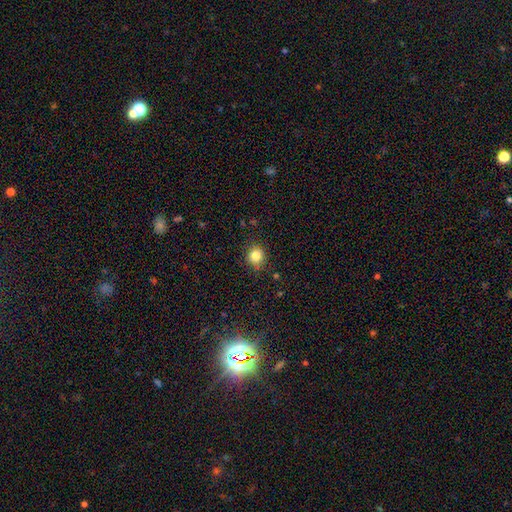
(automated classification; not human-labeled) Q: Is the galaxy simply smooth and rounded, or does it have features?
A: smooth — 83%.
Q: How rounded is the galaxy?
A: round — 86%.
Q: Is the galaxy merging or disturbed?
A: none — 86%.